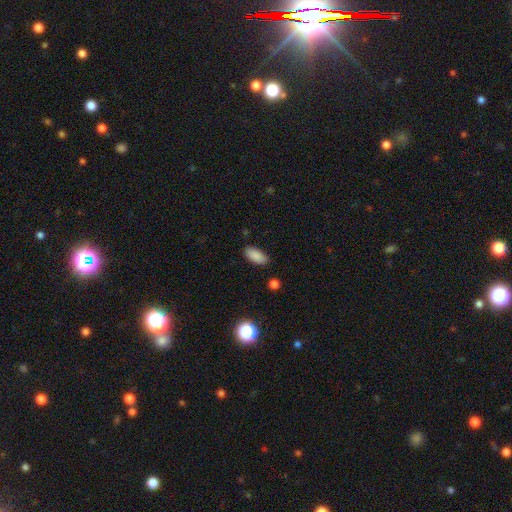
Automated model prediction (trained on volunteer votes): A smooth galaxy with no disk features (88%) that is in between round and cigar-shaped (89%). Merging: none (86%).